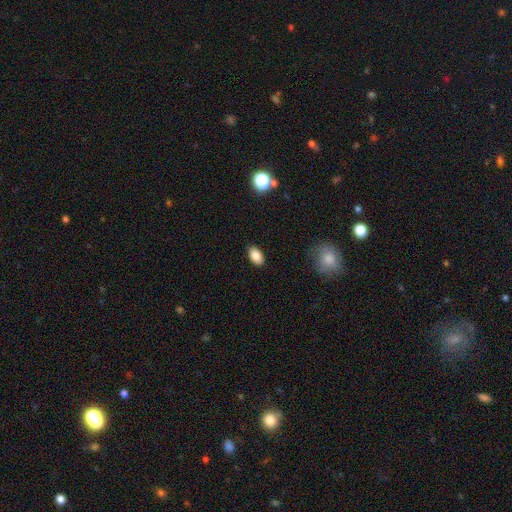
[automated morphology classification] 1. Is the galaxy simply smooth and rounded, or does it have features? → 84% smooth, 9% star or artifact, 7% featured or disk.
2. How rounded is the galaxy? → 92% in between, 7% round, 2% cigar-shaped.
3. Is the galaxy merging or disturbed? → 88% none, 9% minor disturbance, 2% major disturbance, 1% merger.